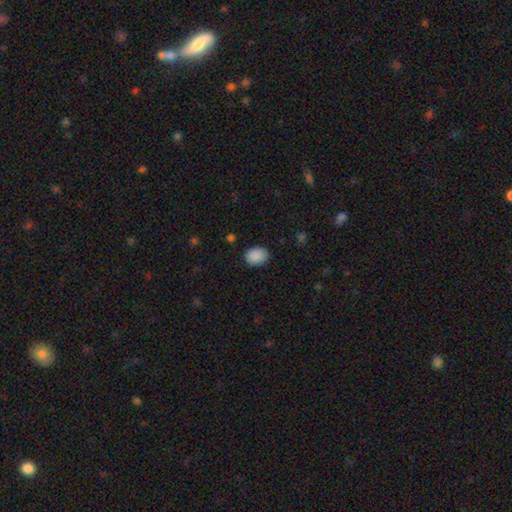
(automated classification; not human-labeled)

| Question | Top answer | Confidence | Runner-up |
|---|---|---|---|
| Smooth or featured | smooth | 89% | star or artifact (8%) |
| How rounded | in between | 62% | round (37%) |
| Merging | none | 85% | minor disturbance (11%) |